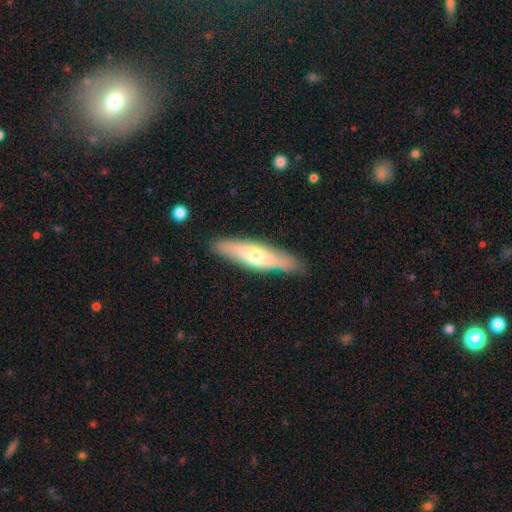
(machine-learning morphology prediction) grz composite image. It shows a smooth galaxy with no disk features (51%) that is cigar-shaped (75%). Merging: none (82%).